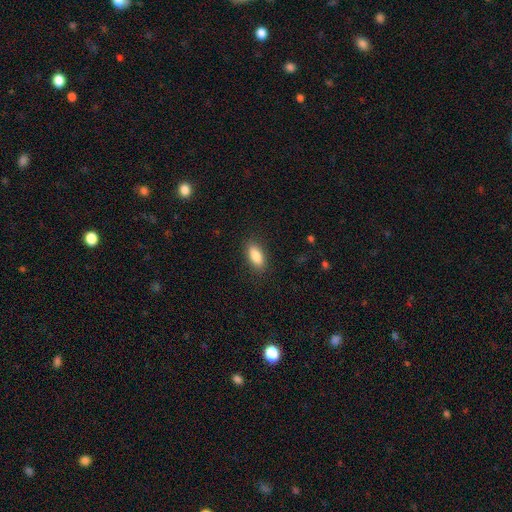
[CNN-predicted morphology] smooth_or_featured: smooth (p=0.87) [alt: star or artifact p=0.07]
how_rounded: in between (p=0.82) [alt: cigar-shaped p=0.15]
merging: none (p=0.87) [alt: minor disturbance p=0.10]